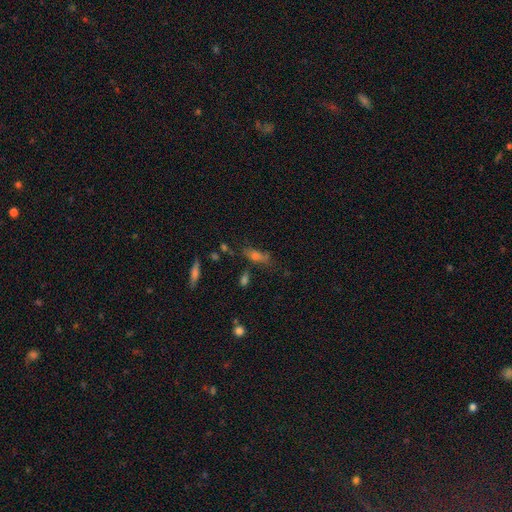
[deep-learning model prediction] Smooth or featured? Predicted: smooth (p=0.49). Merging? Predicted: none (p=0.57).